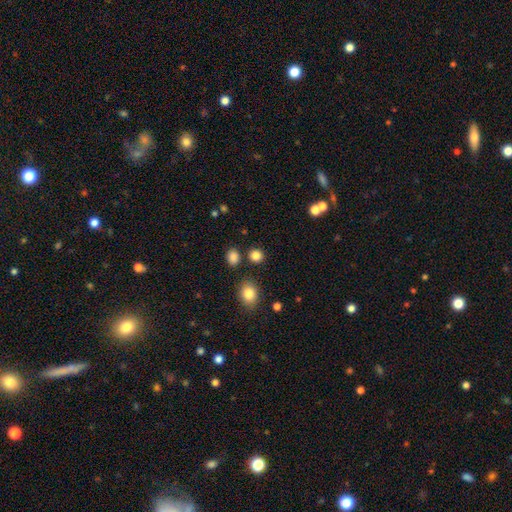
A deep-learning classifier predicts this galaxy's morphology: Smooth or featured?
  - smooth: 85% *
  - star or artifact: 11%
  - featured or disk: 4%
How rounded?
  - round: 81% *
  - in between: 18%
  - cigar-shaped: 1%
Merging?
  - none: 83% *
  - minor disturbance: 7%
  - merger: 7%
  - major disturbance: 3%